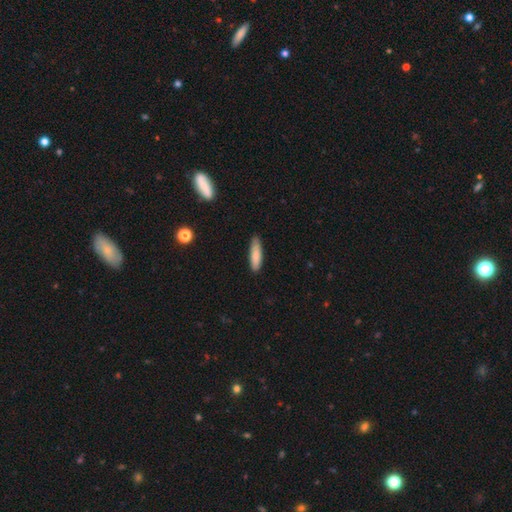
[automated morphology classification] Q: Smooth or featured?
A: smooth (85%); runner-up: featured or disk (9%)
Q: How rounded?
A: cigar-shaped (69%); runner-up: in between (29%)
Q: Merging?
A: none (85%); runner-up: minor disturbance (12%)